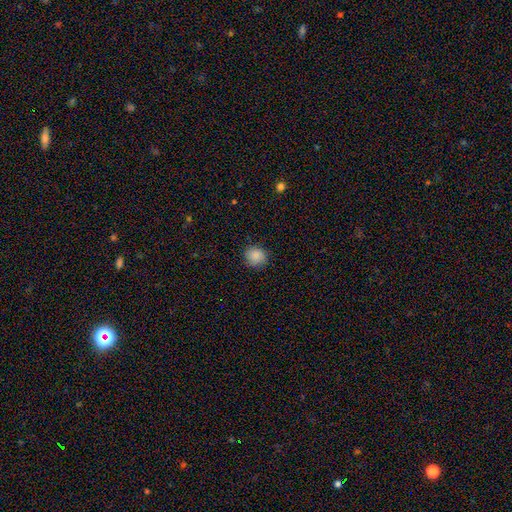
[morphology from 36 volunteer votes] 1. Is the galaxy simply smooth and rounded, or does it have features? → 94% smooth, 6% star or artifact, 0% featured or disk.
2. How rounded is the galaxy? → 79% round, 21% in between, 0% cigar-shaped.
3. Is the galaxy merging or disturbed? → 74% none, 21% minor disturbance, 6% major disturbance, 0% merger.